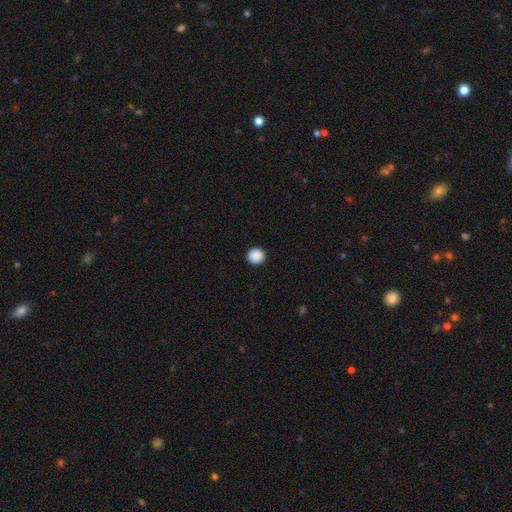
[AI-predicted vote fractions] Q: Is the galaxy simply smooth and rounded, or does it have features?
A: smooth — 89%.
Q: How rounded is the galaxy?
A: round — 92%.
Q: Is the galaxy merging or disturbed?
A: none — 93%.